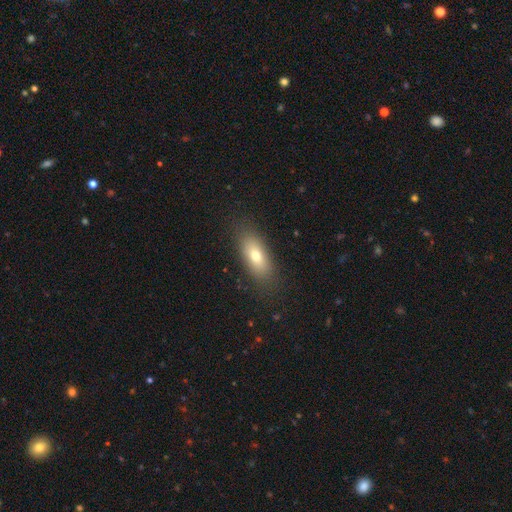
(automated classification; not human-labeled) smooth_or_featured: smooth (p=0.71) [alt: featured or disk p=0.20]
how_rounded: in between (p=0.76) [alt: cigar-shaped p=0.20]
merging: none (p=0.85) [alt: minor disturbance p=0.10]